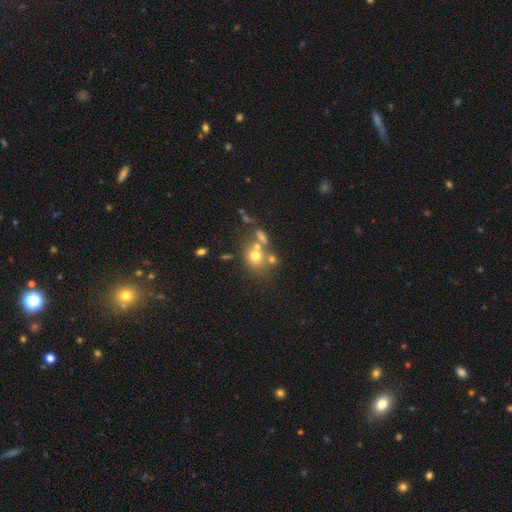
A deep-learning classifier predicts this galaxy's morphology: Overall: smooth (65%). How rounded: round (67%; in between 32%). Merging: none (45%; merger 36%).